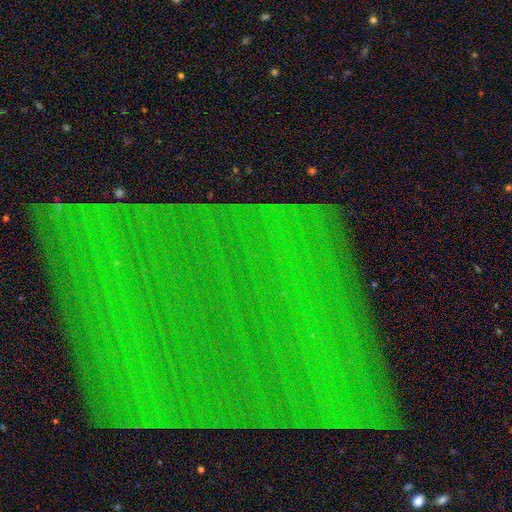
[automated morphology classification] Q: Smooth or featured?
A: star or artifact (85%); runner-up: featured or disk (8%)